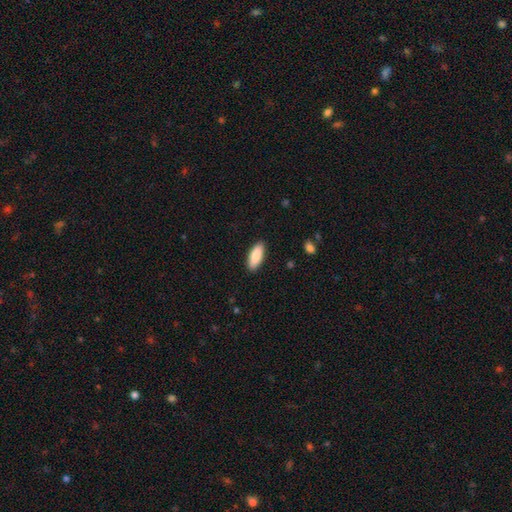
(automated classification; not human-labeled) This appears to be a smooth galaxy with no disk features (86%) that is in between round and cigar-shaped (78%). Merging: none (89%).